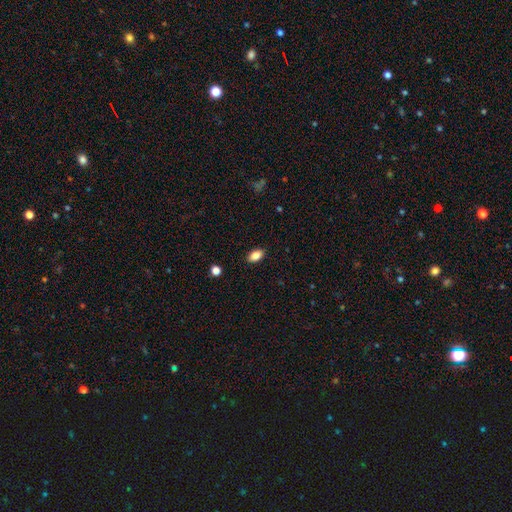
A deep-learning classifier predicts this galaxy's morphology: Smooth or featured? smooth (86%)
How rounded? in between (90%)
Merging? none (89%)